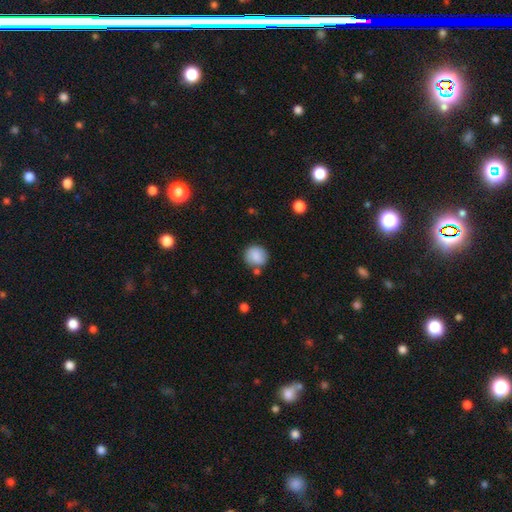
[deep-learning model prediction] A smooth galaxy with no disk features (82%) that is round (86%). Merging: none (70%).